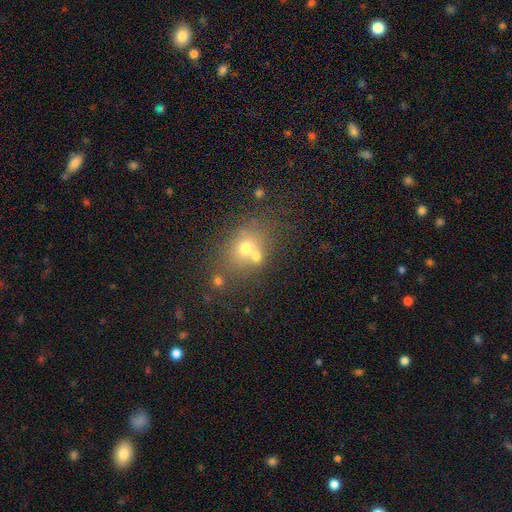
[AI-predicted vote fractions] Smooth or featured?
  - smooth: 64% *
  - featured or disk: 19%
  - star or artifact: 17%
How rounded?
  - round: 57% *
  - in between: 42%
  - cigar-shaped: 1%
Merging?
  - none: 46% *
  - merger: 37%
  - minor disturbance: 12%
  - major disturbance: 6%